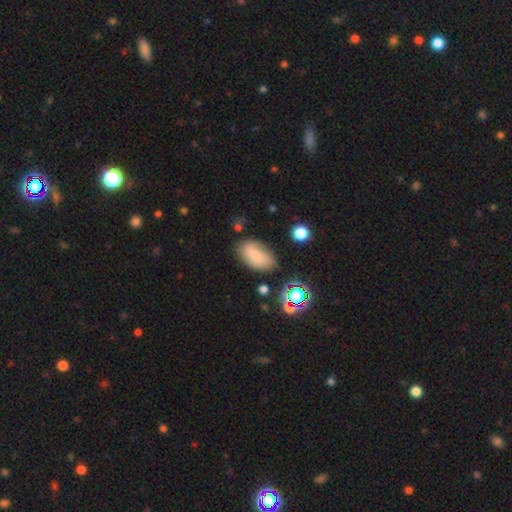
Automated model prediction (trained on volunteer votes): This is likely a smooth galaxy (68%). How rounded: clearly in between (91%). Merging: likely none (64%).